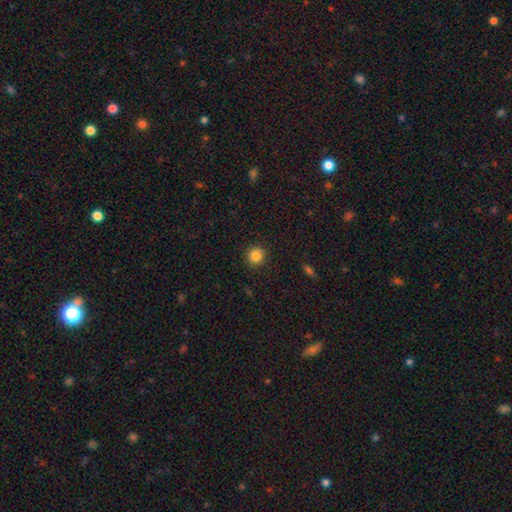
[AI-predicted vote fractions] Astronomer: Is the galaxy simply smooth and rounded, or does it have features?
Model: smooth — 85%.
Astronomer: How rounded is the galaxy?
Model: round — 92%.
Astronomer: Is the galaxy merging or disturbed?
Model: none — 91%.